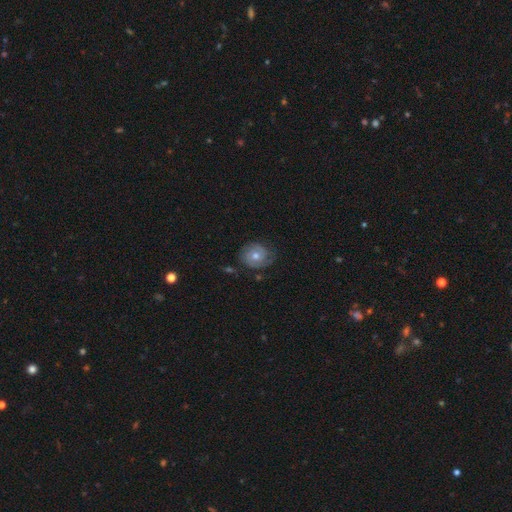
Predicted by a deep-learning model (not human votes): Smooth or featured? featured or disk (70%)
Edge-on disk? no (97%)
Bar? no (80%)
Spiral arms? yes (90%)
Spiral winding? tight (68%)
Spiral arm count? 2 (51%)
Bulge size? moderate (65%)
Merging? none (75%)